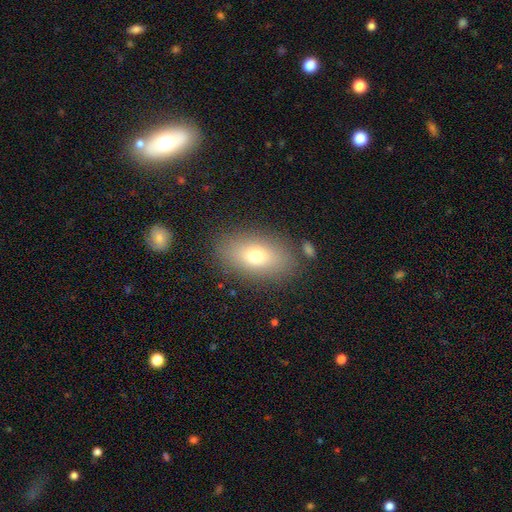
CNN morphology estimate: Smooth or featured? smooth (71%)
How rounded? in between (86%)
Merging? none (83%)